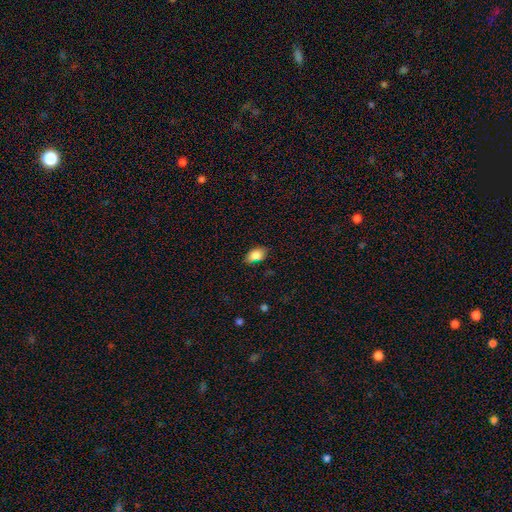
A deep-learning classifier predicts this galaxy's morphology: Smooth or featured? Predicted: smooth (p=0.84). How rounded? Predicted: in between (p=0.88). Merging? Predicted: none (p=0.70).